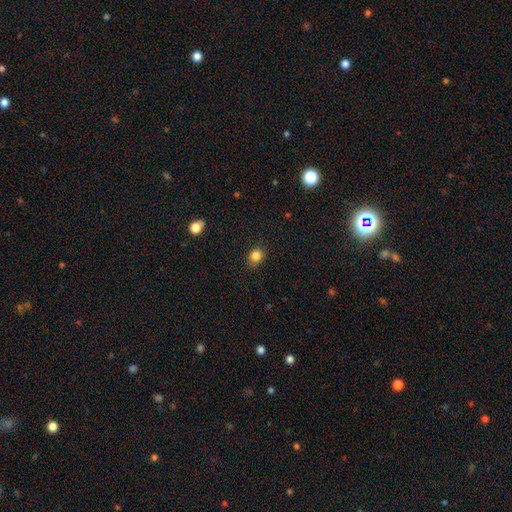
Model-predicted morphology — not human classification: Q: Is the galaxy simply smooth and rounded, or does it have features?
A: smooth — 83%.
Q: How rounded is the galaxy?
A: round — 71%.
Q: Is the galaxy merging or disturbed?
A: none — 80%.